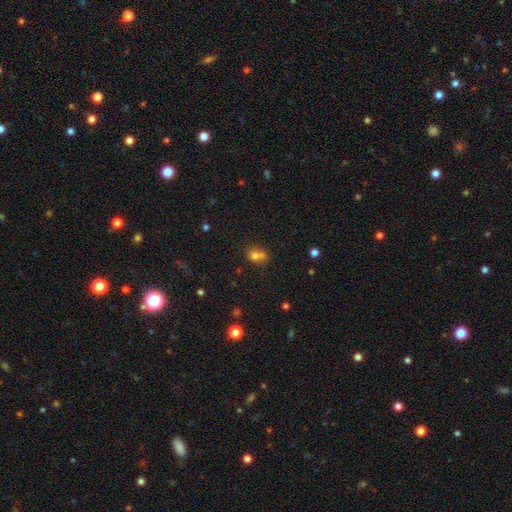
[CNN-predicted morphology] smooth_or_featured: smooth (p=0.69) [alt: star or artifact p=0.17]
how_rounded: round (p=0.60) [alt: in between p=0.39]
merging: merger (p=0.51) [alt: none p=0.35]